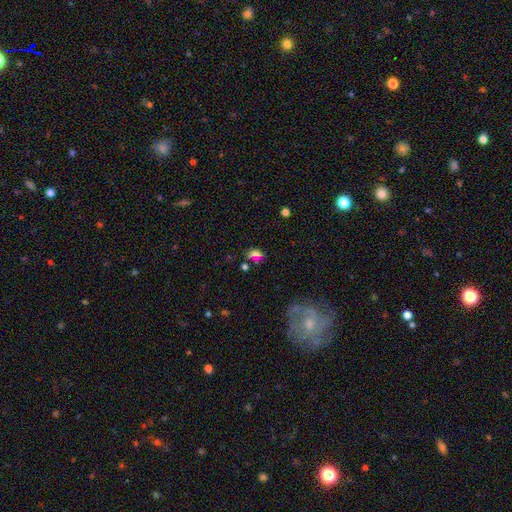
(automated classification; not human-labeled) A smooth galaxy with no disk features (65%) that is in between round and cigar-shaped (69%).

Vote fractions:
- Smooth or featured? smooth: 65% / star or artifact: 21% / featured or disk: 14%
- How rounded? in between: 69% / round: 28% / cigar-shaped: 3%
- Merging? none: 68% / minor disturbance: 16% / merger: 10% / major disturbance: 6%